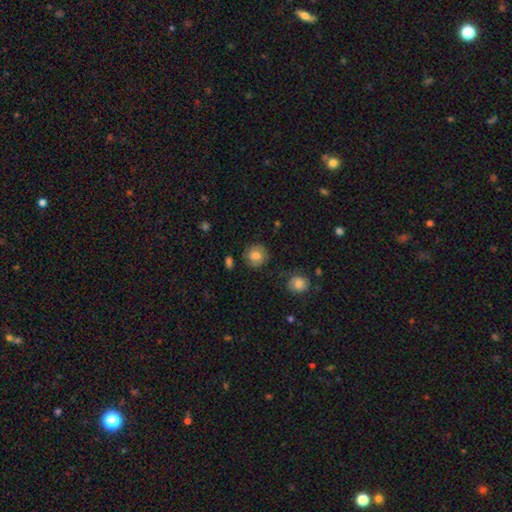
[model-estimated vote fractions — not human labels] Q: Smooth or featured?
A: smooth (60%); runner-up: featured or disk (31%)
Q: How rounded?
A: round (85%); runner-up: in between (14%)
Q: Merging?
A: none (78%); runner-up: minor disturbance (14%)